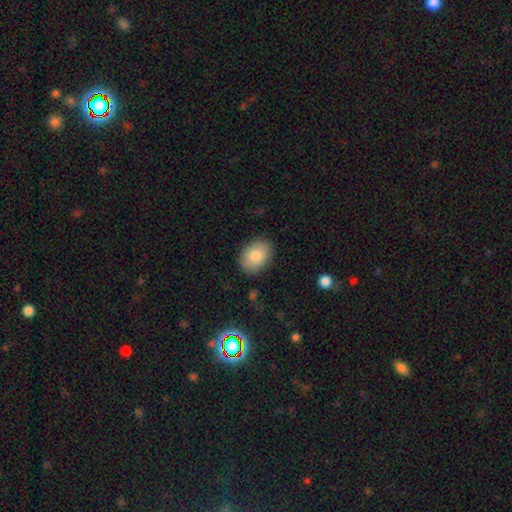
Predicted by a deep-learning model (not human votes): This is clearly a smooth galaxy (83%). How rounded: likely in between (74%). Merging: clearly none (85%).